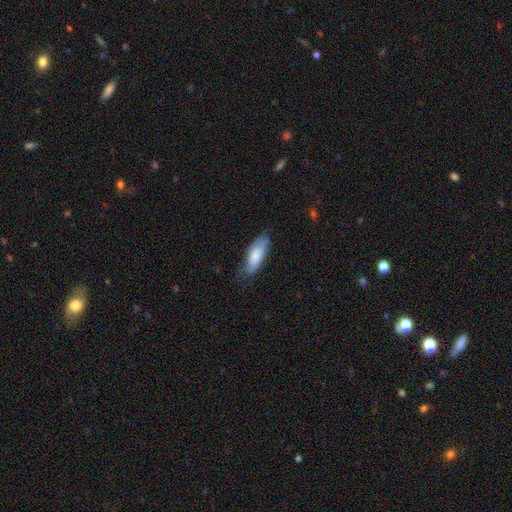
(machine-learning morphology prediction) Overall: smooth (72%). How rounded: in between (67%; cigar-shaped 32%). Merging: none (63%; minor disturbance 28%).